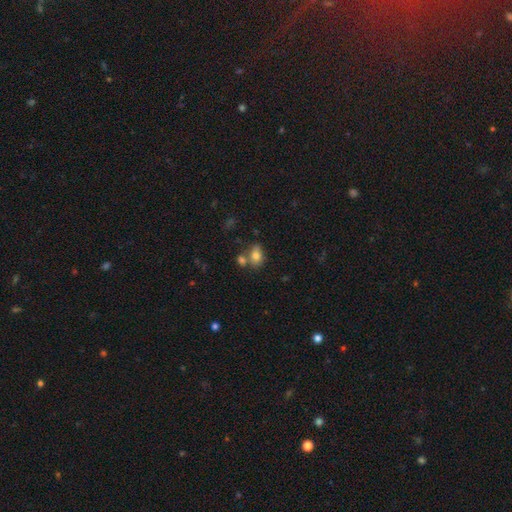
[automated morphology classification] This appears to be a smooth galaxy with no disk features (77%) that is in between round and cigar-shaped (77%). Merging: none (49%).